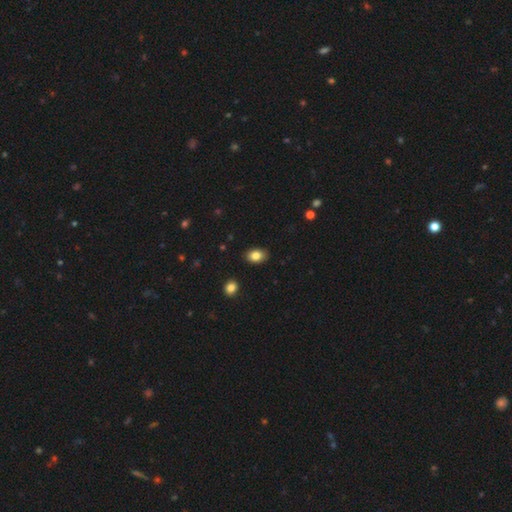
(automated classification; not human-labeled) This appears to be a smooth galaxy with no disk features (84%) that is in between round and cigar-shaped (79%). Merging: none (88%).